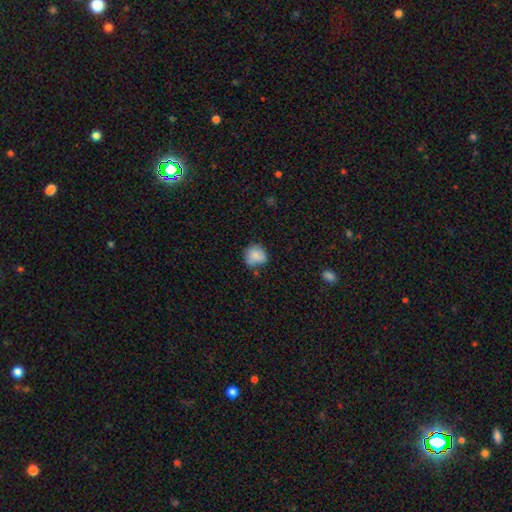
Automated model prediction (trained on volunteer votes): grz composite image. It shows a smooth galaxy with no disk features (81%) that is round (78%). Merging: none (56%).